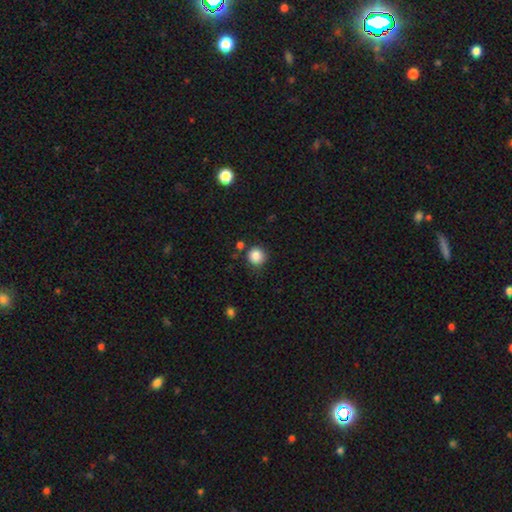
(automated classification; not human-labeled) Smooth or featured: smooth — 85% (star or artifact — 10%)
How rounded: round — 93% (in between — 6%)
Merging: none — 82% (minor disturbance — 11%)